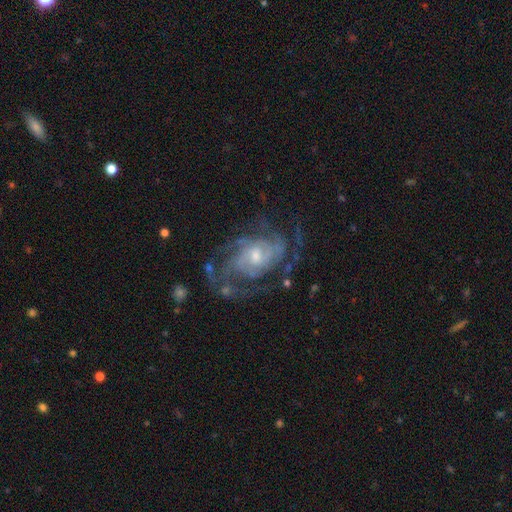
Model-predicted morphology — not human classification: Smooth or featured? featured or disk (88%)
Edge-on disk? no (97%)
Bar? no (60%)
Spiral arms? yes (96%)
Spiral winding? tight (50%)
Spiral arm count? can't tell (25%, tied with 3)
Bulge size? small (47%)
Merging? none (66%)